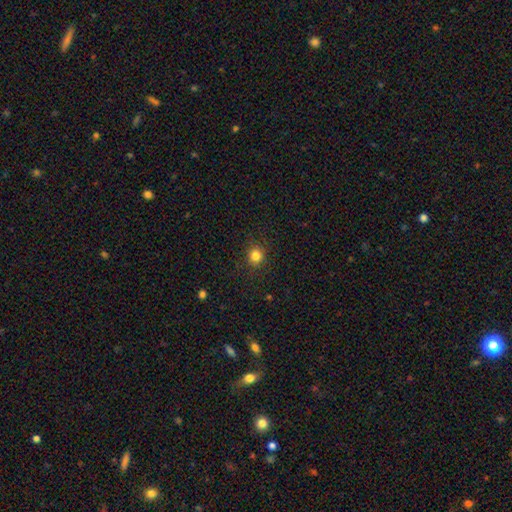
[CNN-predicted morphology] A smooth galaxy with no disk features (83%) that is round (90%).

Vote fractions:
- Smooth or featured? smooth: 83% / star or artifact: 13% / featured or disk: 5%
- How rounded? round: 90% / in between: 9% / cigar-shaped: 1%
- Merging? none: 90% / minor disturbance: 7% / major disturbance: 3% / merger: 1%